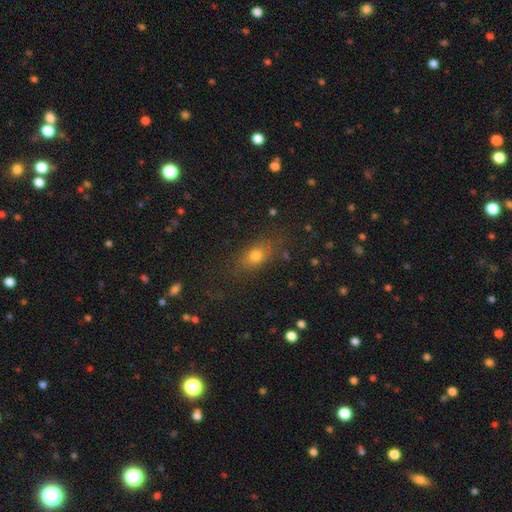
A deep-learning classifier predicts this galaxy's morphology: The model was most divided on "how rounded": in between: 65%, round: 27%, cigar-shaped: 8%. More confident: merging — none (78%); smooth or featured — smooth (71%).